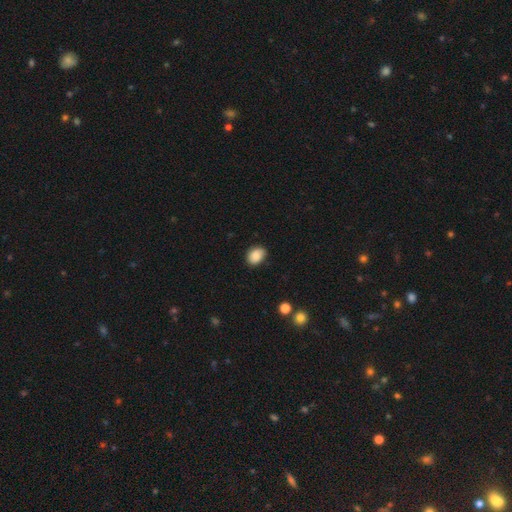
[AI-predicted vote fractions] smooth 87%, star or artifact 8%, featured or disk 5%. Down the decision tree: how rounded — in between (65%); merging — none (80%).